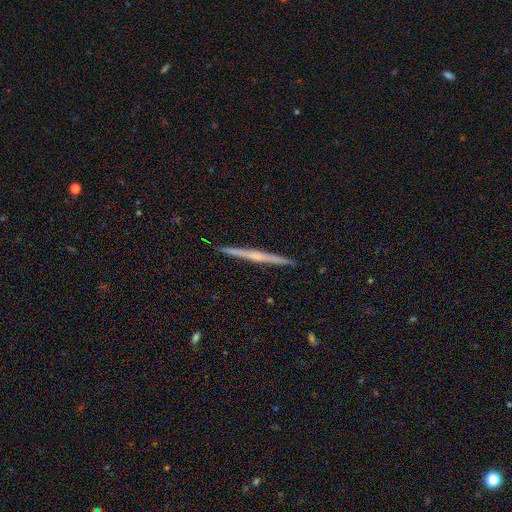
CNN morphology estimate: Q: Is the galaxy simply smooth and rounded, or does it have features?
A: featured or disk — 70%.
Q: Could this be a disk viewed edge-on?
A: yes — 98%.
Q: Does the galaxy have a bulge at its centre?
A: rounded — 48%.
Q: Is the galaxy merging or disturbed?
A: none — 93%.